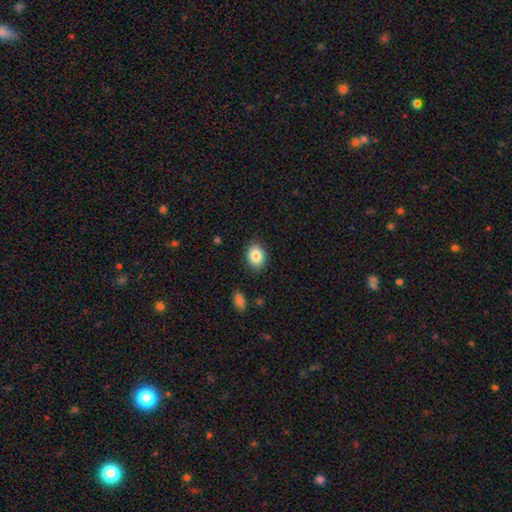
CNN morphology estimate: Overall: smooth (85%). How rounded: in between (61%; round 38%). Merging: none (86%).